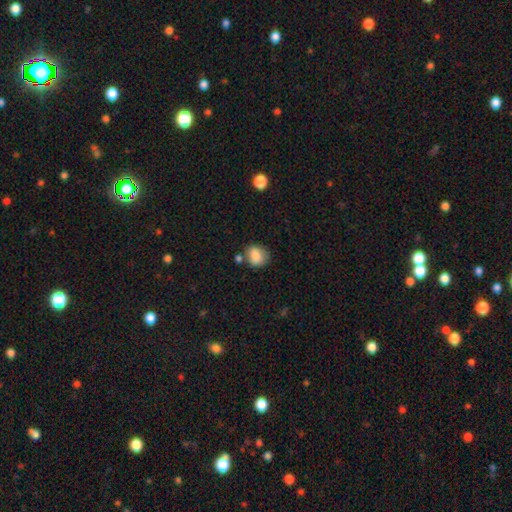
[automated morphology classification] A smooth galaxy with no disk features (84%) that is round (64%).

Vote fractions:
- Smooth or featured? smooth: 84% / star or artifact: 9% / featured or disk: 8%
- How rounded? round: 64% / in between: 35% / cigar-shaped: 1%
- Merging? none: 63% / minor disturbance: 20% / merger: 12% / major disturbance: 5%